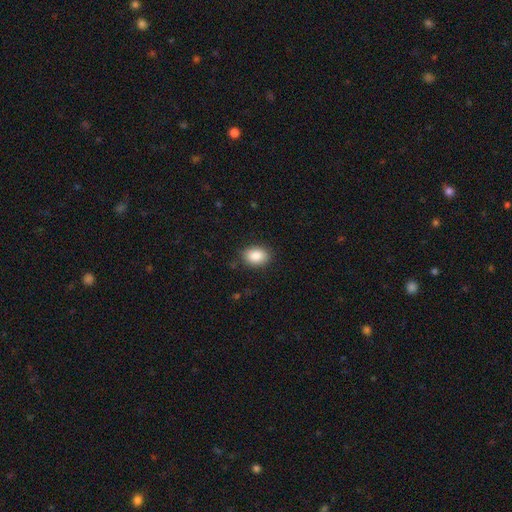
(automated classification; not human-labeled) A smooth galaxy with no disk features (87%) that is in between round and cigar-shaped (75%).

Vote fractions:
- Smooth or featured? smooth: 87% / star or artifact: 8% / featured or disk: 5%
- How rounded? in between: 75% / round: 23% / cigar-shaped: 1%
- Merging? none: 85% / minor disturbance: 11% / major disturbance: 3% / merger: 1%